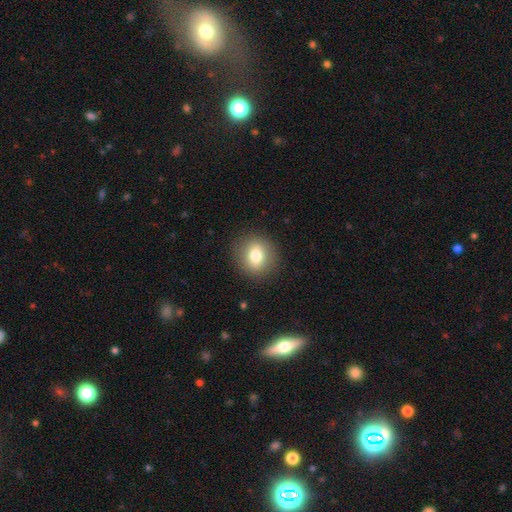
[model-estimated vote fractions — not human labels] smooth_or_featured: smooth (p=0.76) [alt: featured or disk p=0.14]
how_rounded: round (p=0.78) [alt: in between p=0.21]
merging: none (p=0.89) [alt: minor disturbance p=0.07]